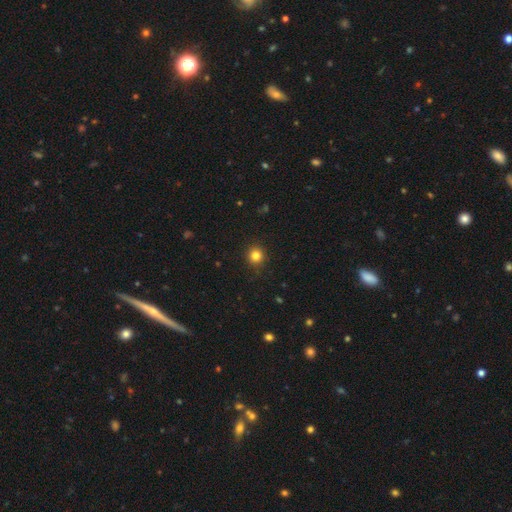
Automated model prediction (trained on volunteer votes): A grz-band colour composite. It shows a smooth galaxy with no disk features (82%) that is round (93%). Merging: none (92%).